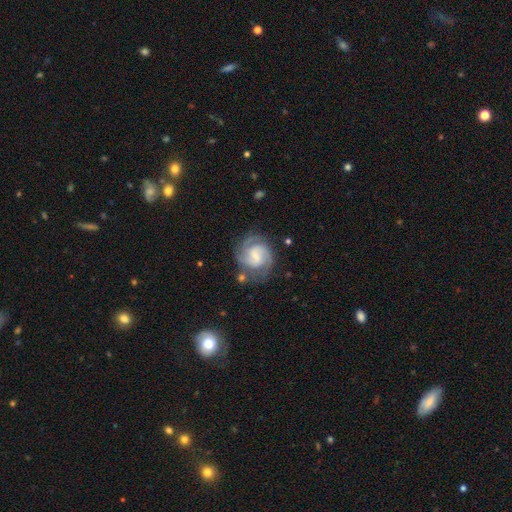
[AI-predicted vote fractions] featured or disk 84%, smooth 10%, star or artifact 5%. Down the decision tree: edge-on disk — no (98%); bar — weak (55%); spiral arms — yes (97%); spiral arm count — 2 (52%); spiral winding — tight (48%); bulge size — small (54%); merging — none (72%).